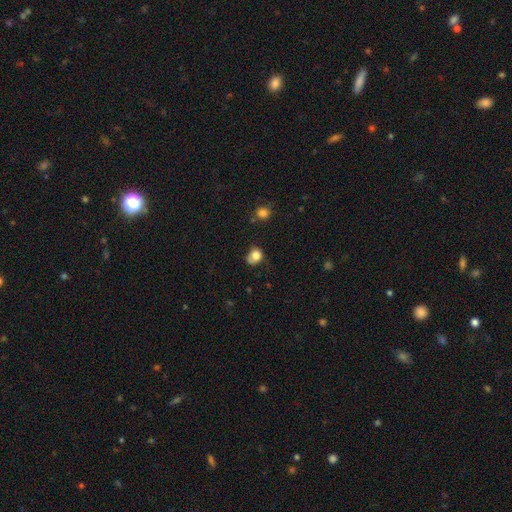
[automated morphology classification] type=smooth (81%); roundness=round (60%); merging=none (48%).